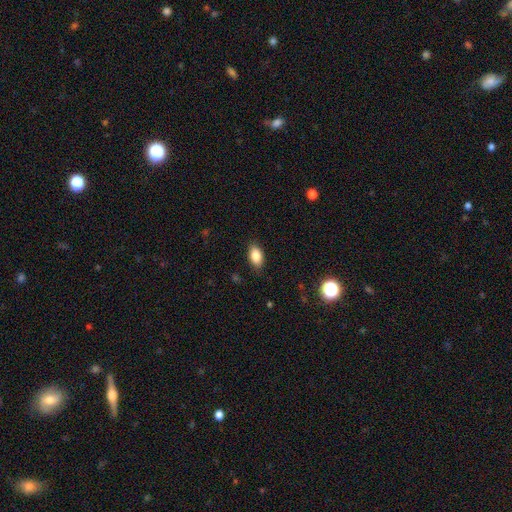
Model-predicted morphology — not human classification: A smooth galaxy with no disk features (85%) that is in between round and cigar-shaped (90%).

Vote fractions:
- Smooth or featured? smooth: 85% / star or artifact: 8% / featured or disk: 7%
- How rounded? in between: 90% / round: 7% / cigar-shaped: 3%
- Merging? none: 84% / minor disturbance: 12% / major disturbance: 3% / merger: 1%